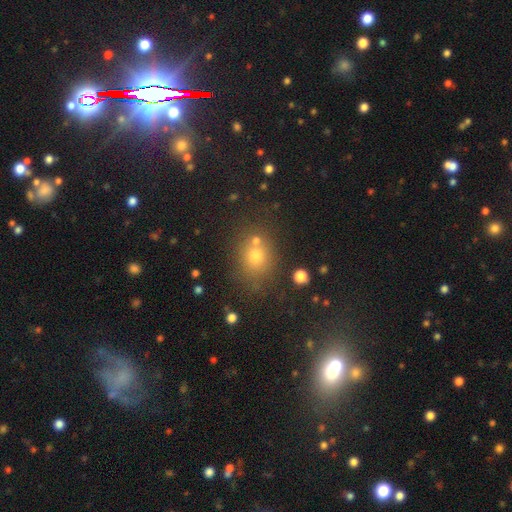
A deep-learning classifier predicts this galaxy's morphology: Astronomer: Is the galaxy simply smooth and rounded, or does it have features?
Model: smooth — 68%.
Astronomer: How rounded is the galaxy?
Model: round — 66%.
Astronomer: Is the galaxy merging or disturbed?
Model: none — 67%.